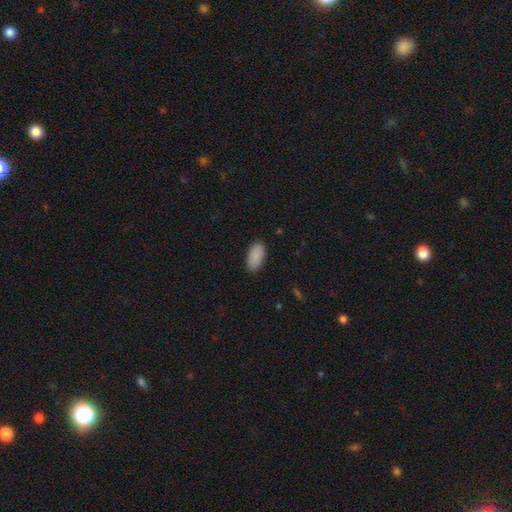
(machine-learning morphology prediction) Q: Smooth or featured?
A: smooth (90%); runner-up: star or artifact (6%)
Q: How rounded?
A: in between (95%); runner-up: cigar-shaped (3%)
Q: Merging?
A: none (88%); runner-up: minor disturbance (9%)